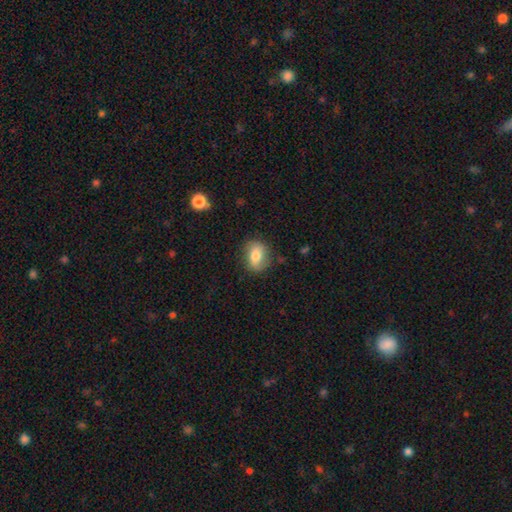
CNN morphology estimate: type=smooth (70%); roundness=in between (65%); merging=none (78%).